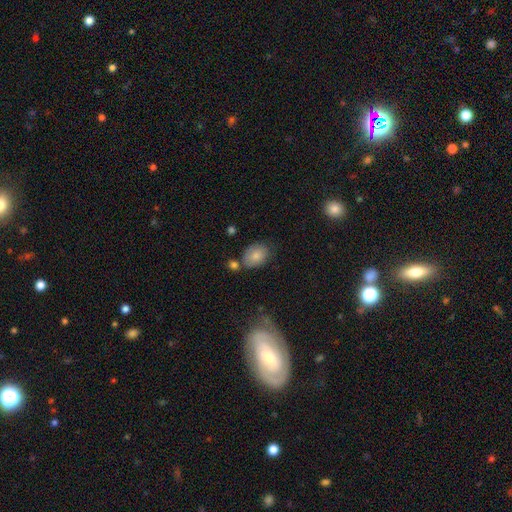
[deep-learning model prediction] Morphology: type=smooth (83%); roundness=in between (81%); merging=none (66%).